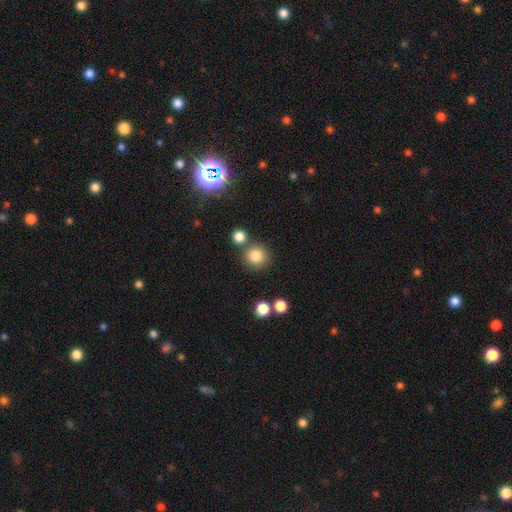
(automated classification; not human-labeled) Q: Smooth or featured?
A: smooth (83%); runner-up: star or artifact (11%)
Q: How rounded?
A: round (92%); runner-up: in between (7%)
Q: Merging?
A: none (78%); runner-up: merger (10%)